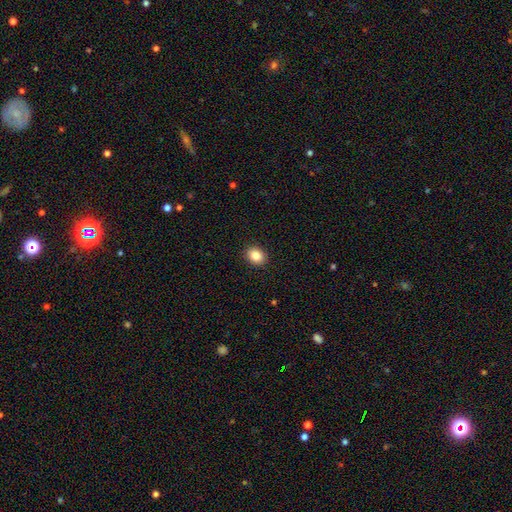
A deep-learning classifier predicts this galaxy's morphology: A smooth galaxy with no disk features (85%) that is in between round and cigar-shaped (51%).

Vote fractions:
- Smooth or featured? smooth: 85% / star or artifact: 9% / featured or disk: 6%
- How rounded? in between: 51% / round: 49% / cigar-shaped: 1%
- Merging? none: 91% / minor disturbance: 6% / major disturbance: 2% / merger: 1%